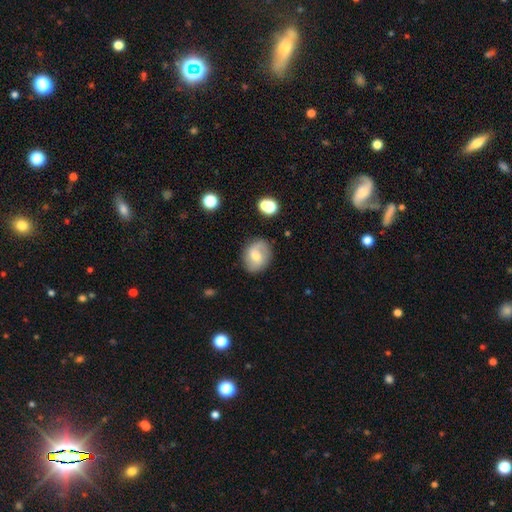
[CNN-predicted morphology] A smooth galaxy with no disk features (47%).

Vote fractions:
- Smooth or featured? smooth: 47% / featured or disk: 44% / star or artifact: 9%
- Merging? none: 79% / minor disturbance: 15% / major disturbance: 4% / merger: 2%